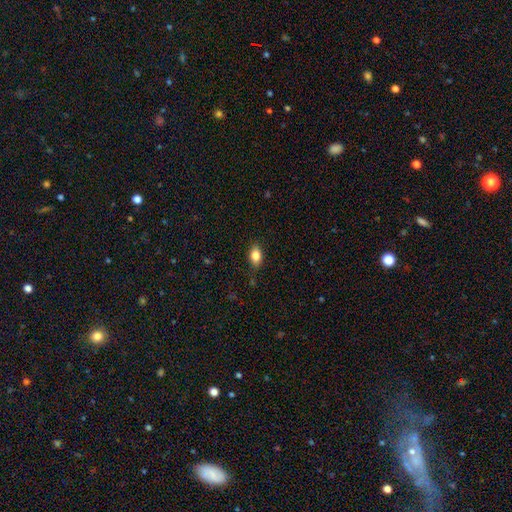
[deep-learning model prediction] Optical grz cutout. It shows a smooth galaxy with no disk features (83%) that is in between round and cigar-shaped (84%). Merging: none (83%).